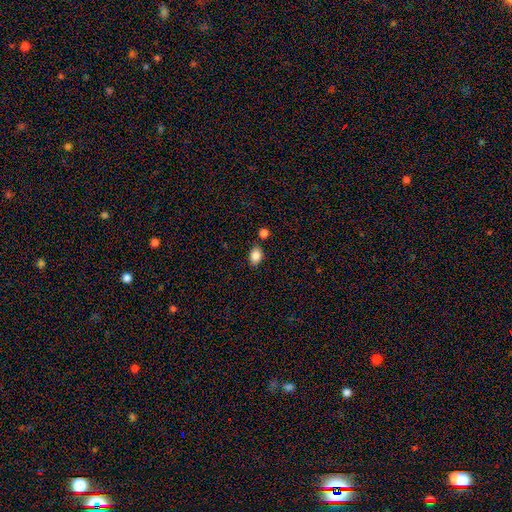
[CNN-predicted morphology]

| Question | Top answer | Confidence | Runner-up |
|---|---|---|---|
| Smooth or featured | smooth | 86% | star or artifact (9%) |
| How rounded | in between | 78% | round (21%) |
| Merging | none | 79% | minor disturbance (12%) |